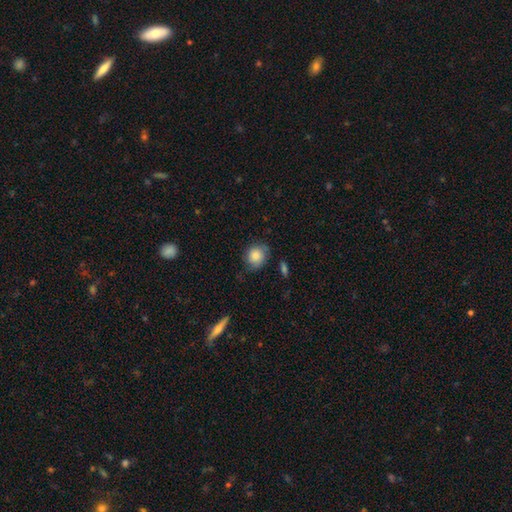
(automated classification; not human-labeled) Overall: smooth (83%). How rounded: round (77%). Merging: none (68%).